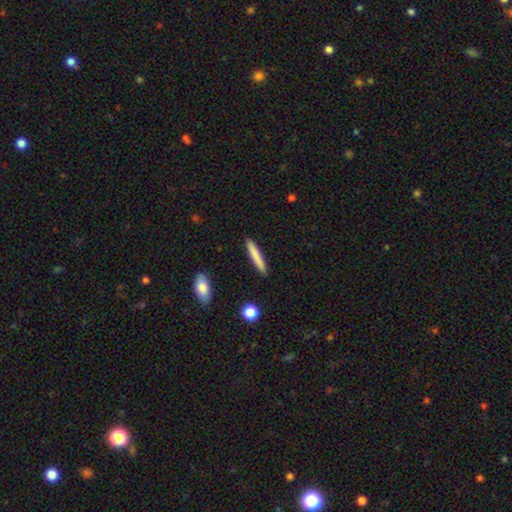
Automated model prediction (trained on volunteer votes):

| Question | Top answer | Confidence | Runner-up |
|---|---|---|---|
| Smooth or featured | smooth | 78% | featured or disk (16%) |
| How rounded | cigar-shaped | 93% | in between (5%) |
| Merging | none | 91% | minor disturbance (6%) |